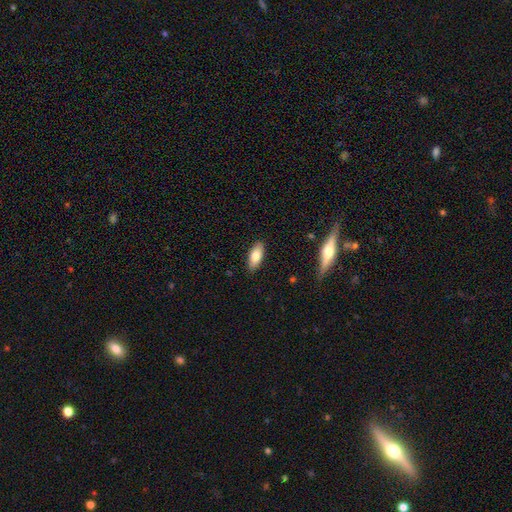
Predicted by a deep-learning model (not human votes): Smooth or featured?
  - smooth: 80% *
  - featured or disk: 14%
  - star or artifact: 7%
How rounded?
  - in between: 81% *
  - cigar-shaped: 16%
  - round: 2%
Merging?
  - none: 87% *
  - minor disturbance: 9%
  - major disturbance: 2%
  - merger: 1%